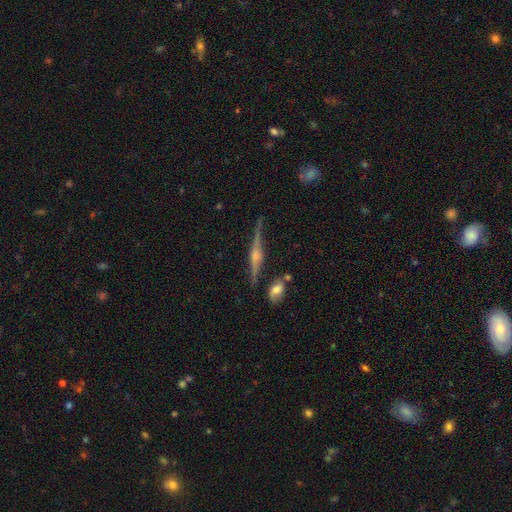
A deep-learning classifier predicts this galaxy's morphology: Q: Smooth or featured?
A: featured or disk (84%); runner-up: smooth (9%)
Q: Edge-on disk?
A: yes (98%); runner-up: no (2%)
Q: Edge-on bulge?
A: rounded (86%); runner-up: boxy (9%)
Q: Merging?
A: none (83%); runner-up: minor disturbance (11%)